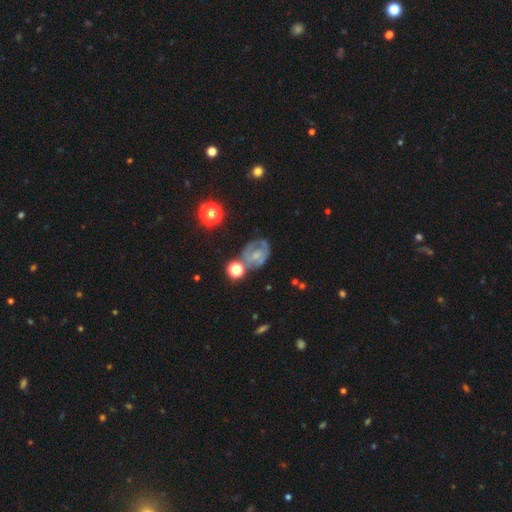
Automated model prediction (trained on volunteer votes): This appears to be a featured or disk galaxy (66%) with no bar (60%), spiral arms (75%) and a small central bulge (54%). Merging: none (53%).